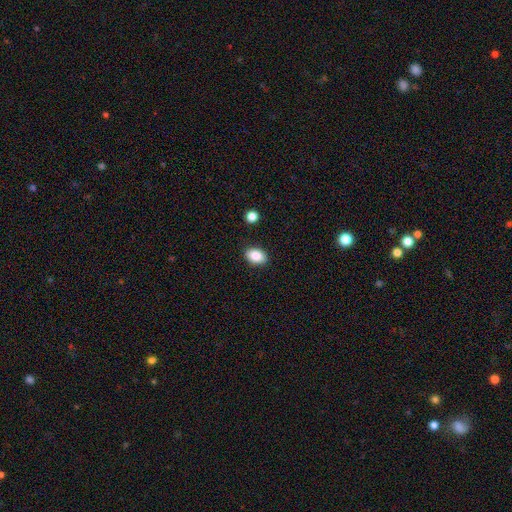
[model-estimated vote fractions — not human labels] This appears to be a smooth galaxy with no disk features (87%) that is in between round and cigar-shaped (85%). Merging: none (88%).